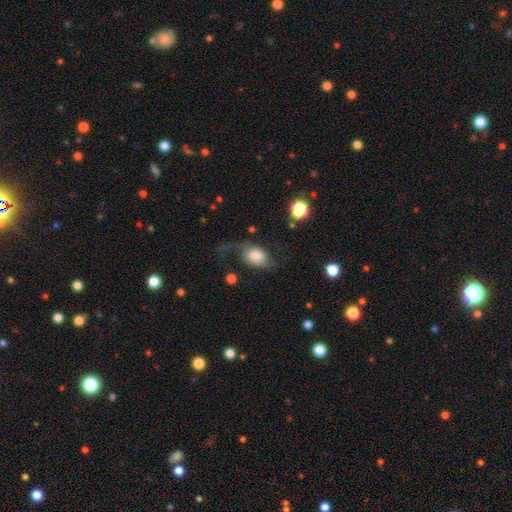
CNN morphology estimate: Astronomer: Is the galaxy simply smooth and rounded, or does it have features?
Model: smooth — 53% (runner-up: featured or disk, 38%).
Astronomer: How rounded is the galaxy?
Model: in between — 64%.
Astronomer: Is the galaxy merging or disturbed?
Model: none — 44% (runner-up: major disturbance, 29%).